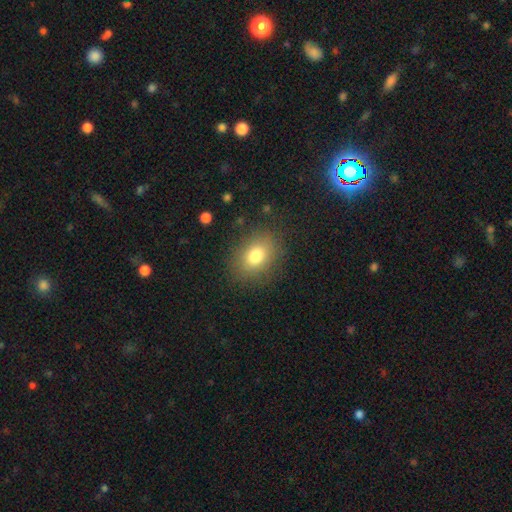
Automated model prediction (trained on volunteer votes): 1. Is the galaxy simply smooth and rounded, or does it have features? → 78% smooth, 11% star or artifact, 11% featured or disk.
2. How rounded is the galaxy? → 57% in between, 42% round, 1% cigar-shaped.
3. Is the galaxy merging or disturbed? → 85% none, 10% minor disturbance, 4% major disturbance, 1% merger.